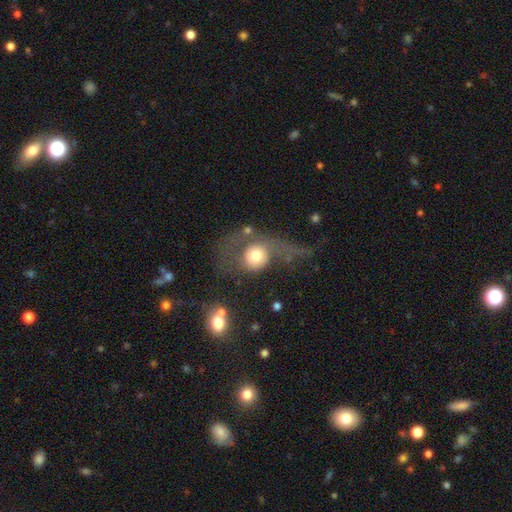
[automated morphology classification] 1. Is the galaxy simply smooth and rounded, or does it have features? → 57% smooth, 34% featured or disk, 9% star or artifact.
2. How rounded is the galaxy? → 78% round, 20% in between, 2% cigar-shaped.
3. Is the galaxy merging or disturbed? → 51% major disturbance, 24% none, 15% minor disturbance, 10% merger.